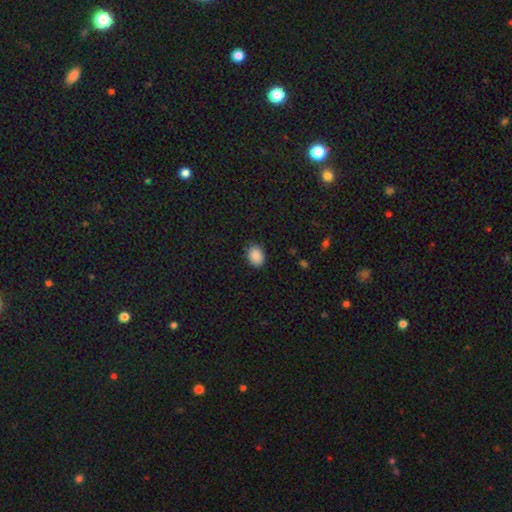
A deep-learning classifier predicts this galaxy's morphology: Smooth or featured: smooth — 89% (star or artifact — 8%)
How rounded: in between — 68% (round — 31%)
Merging: none — 84% (minor disturbance — 12%)